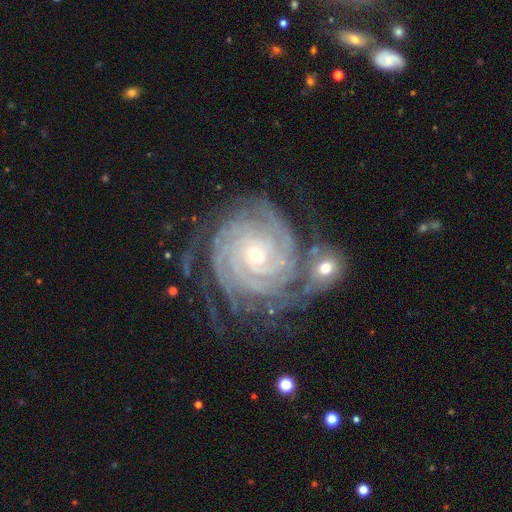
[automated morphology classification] This is clearly a featured or disk galaxy (91%). It is clearly not viewed edge-on (98%). Bar: likely no (69%). Spiral arm pattern: clearly yes (98%). Spiral arm count: marginally 4 (28%). Spiral winding: clearly tight (87%). Central bulge: likely small (62%). Merging: possibly none (58%).